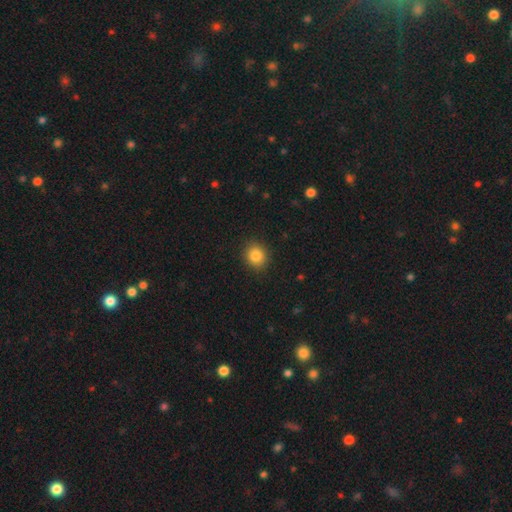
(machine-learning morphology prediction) This is clearly a smooth galaxy (84%). How rounded: likely round (80%). Merging: clearly none (91%).